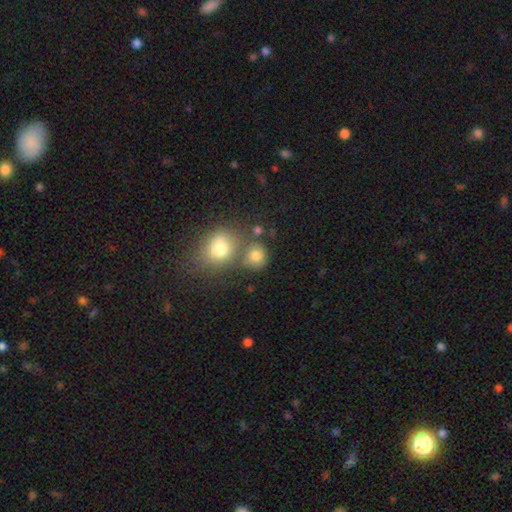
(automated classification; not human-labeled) Q: Smooth or featured?
A: smooth (77%); runner-up: star or artifact (14%)
Q: How rounded?
A: round (80%); runner-up: in between (19%)
Q: Merging?
A: none (54%); runner-up: merger (29%)